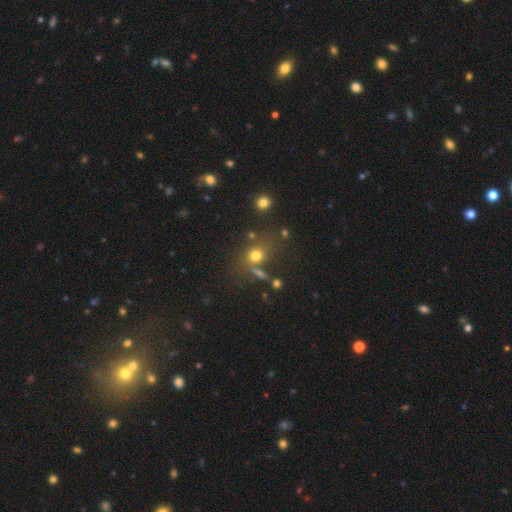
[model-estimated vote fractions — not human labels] The model was most divided on "how rounded": round: 61%, in between: 36%, cigar-shaped: 3%. More confident: smooth or featured — smooth (71%); merging — none (61%).